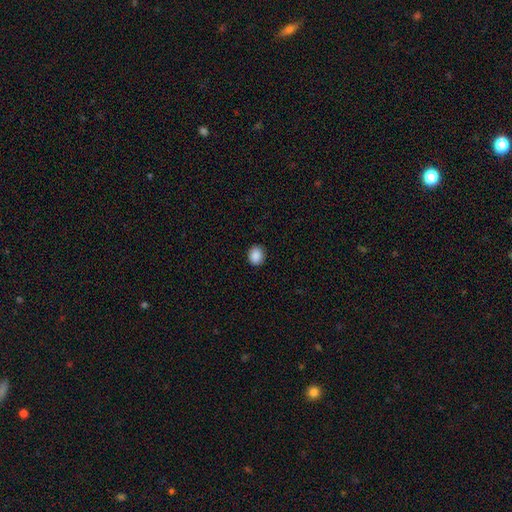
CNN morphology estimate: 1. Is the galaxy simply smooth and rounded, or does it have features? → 89% smooth, 8% star or artifact, 3% featured or disk.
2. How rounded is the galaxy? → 65% round, 34% in between, 1% cigar-shaped.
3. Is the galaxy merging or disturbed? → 90% none, 7% minor disturbance, 2% major disturbance, 1% merger.